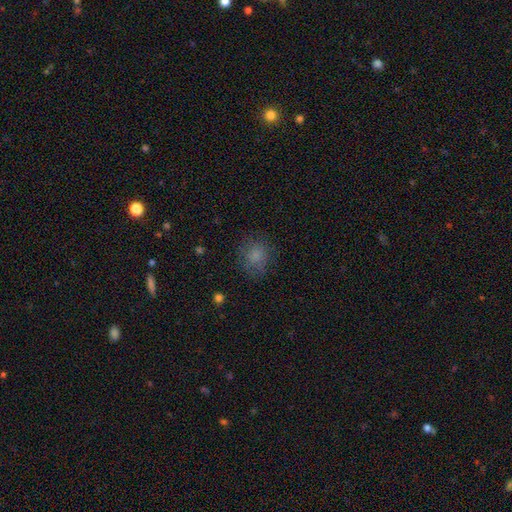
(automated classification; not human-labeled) This appears to be a smooth galaxy with no disk features (79%) that is round (73%). Merging: none (76%).